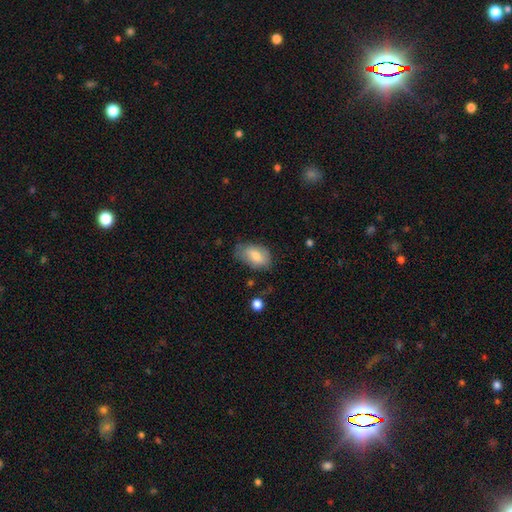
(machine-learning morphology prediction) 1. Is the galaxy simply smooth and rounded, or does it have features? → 79% smooth, 15% featured or disk, 7% star or artifact.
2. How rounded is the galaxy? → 91% in between, 7% round, 2% cigar-shaped.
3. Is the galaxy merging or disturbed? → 60% none, 30% minor disturbance, 8% major disturbance, 2% merger.